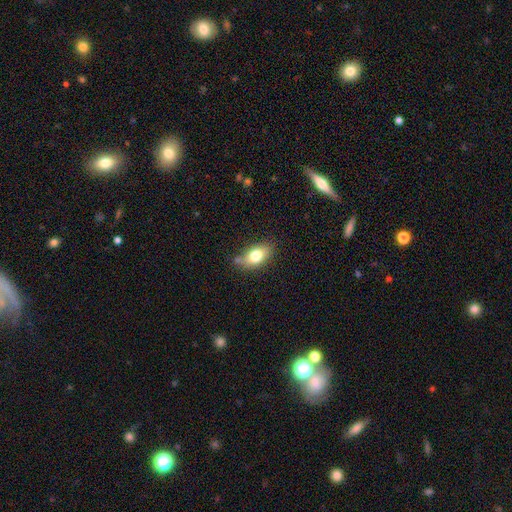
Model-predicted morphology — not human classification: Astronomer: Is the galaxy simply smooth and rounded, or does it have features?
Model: smooth — 76%.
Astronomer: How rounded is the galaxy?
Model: in between — 86%.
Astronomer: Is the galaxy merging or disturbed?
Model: none — 63%.